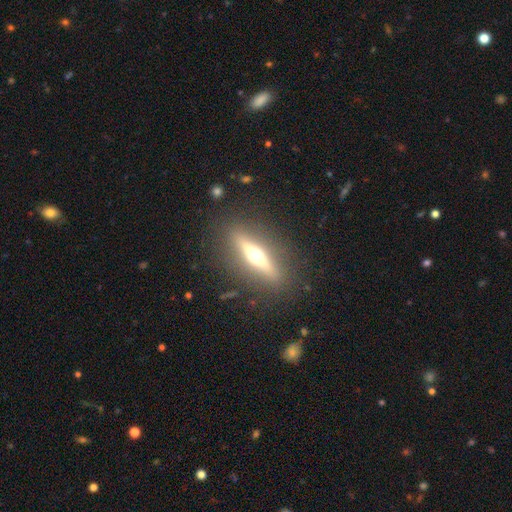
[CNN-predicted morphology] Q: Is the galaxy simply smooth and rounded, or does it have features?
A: featured or disk — 65%.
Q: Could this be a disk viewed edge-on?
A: yes — 90%.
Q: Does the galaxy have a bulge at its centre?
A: rounded — 95%.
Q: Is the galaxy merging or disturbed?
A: none — 87%.